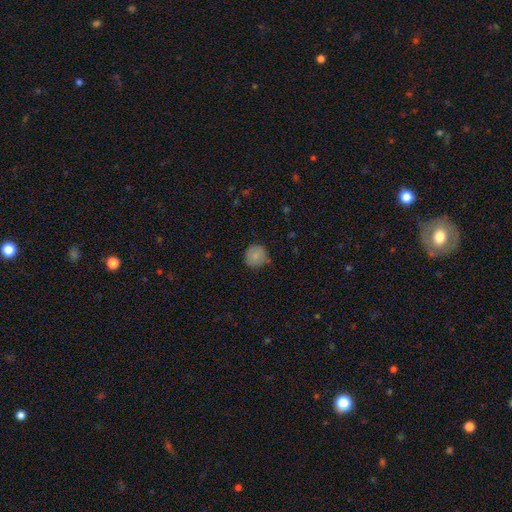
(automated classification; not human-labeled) Smooth or featured: smooth — 83% (star or artifact — 9%)
How rounded: round — 90% (in between — 9%)
Merging: none — 70% (minor disturbance — 24%)